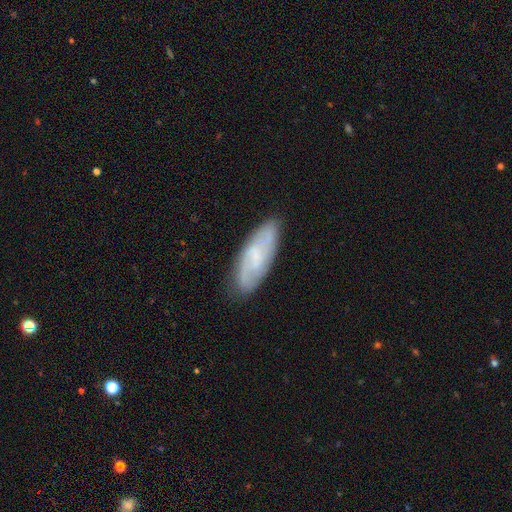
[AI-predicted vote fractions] A featured or disk galaxy (54%). Merging: none (79%).